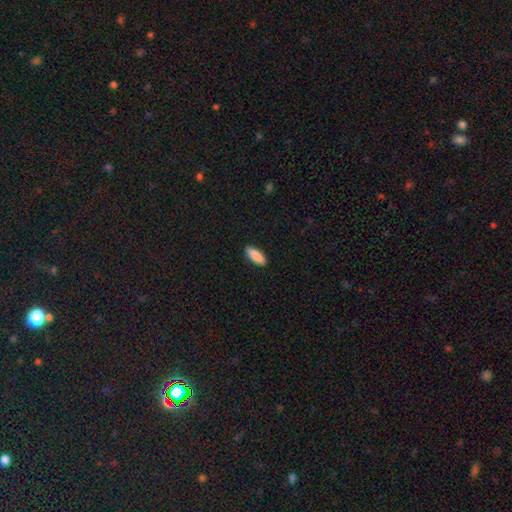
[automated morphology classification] Smooth or featured?
  - smooth: 89% *
  - star or artifact: 6%
  - featured or disk: 5%
How rounded?
  - in between: 67% *
  - cigar-shaped: 31%
  - round: 2%
Merging?
  - none: 89% *
  - minor disturbance: 8%
  - major disturbance: 2%
  - merger: 1%